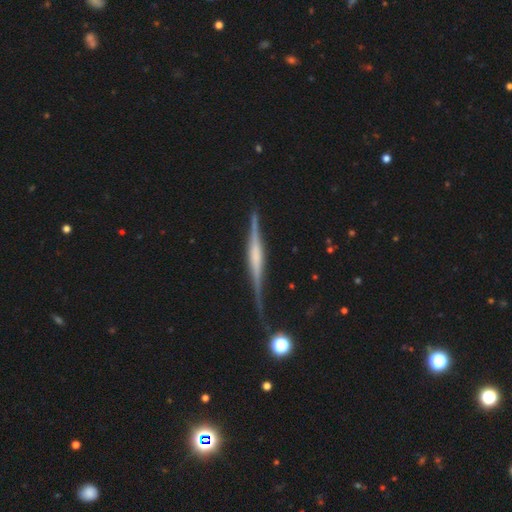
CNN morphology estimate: smooth-or-featured: featured or disk: 80% | smooth: 14% | star or artifact: 6%
  disk-edge-on: yes: 98% | no: 2%
    edge-on-bulge: boxy: 41% | rounded: 36% | none: 23%
  merging: none: 81% | minor disturbance: 13% | major disturbance: 4% | merger: 2%